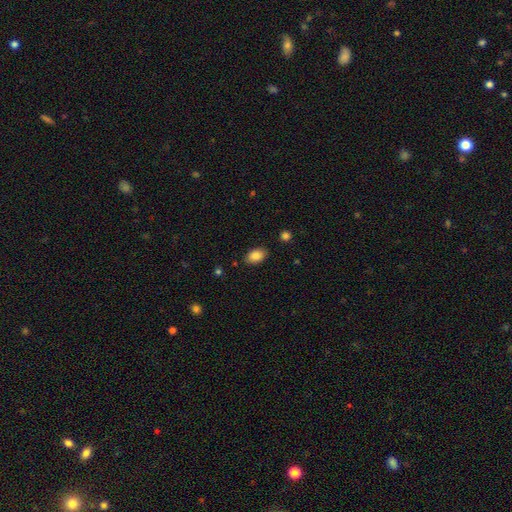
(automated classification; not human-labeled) Smooth or featured?
  - smooth: 86% *
  - star or artifact: 8%
  - featured or disk: 6%
How rounded?
  - in between: 89% *
  - round: 9%
  - cigar-shaped: 1%
Merging?
  - none: 85% *
  - minor disturbance: 11%
  - major disturbance: 2%
  - merger: 1%